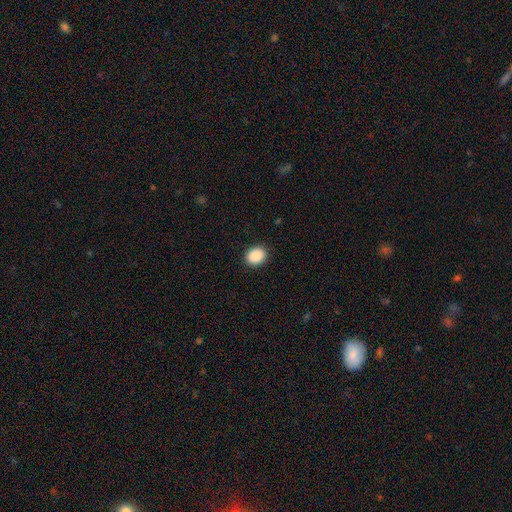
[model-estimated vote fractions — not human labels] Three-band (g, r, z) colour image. It shows a smooth galaxy with no disk features (90%) that is round (51%). Merging: none (90%).